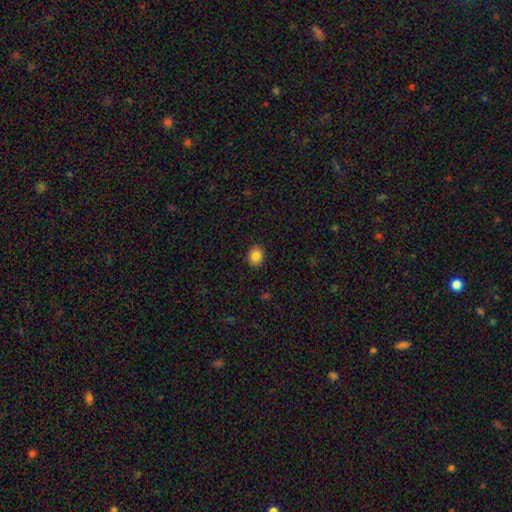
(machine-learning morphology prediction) A smooth galaxy with no disk features (85%) that is round (65%).

Vote fractions:
- Smooth or featured? smooth: 85% / star or artifact: 10% / featured or disk: 6%
- How rounded? round: 65% / in between: 35% / cigar-shaped: 1%
- Merging? none: 90% / minor disturbance: 8% / major disturbance: 2% / merger: 1%